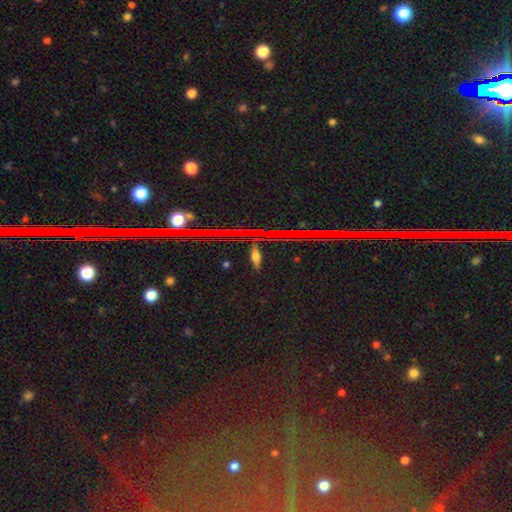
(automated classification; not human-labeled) smooth-or-featured: star or artifact: 50% | smooth: 31% | featured or disk: 20%